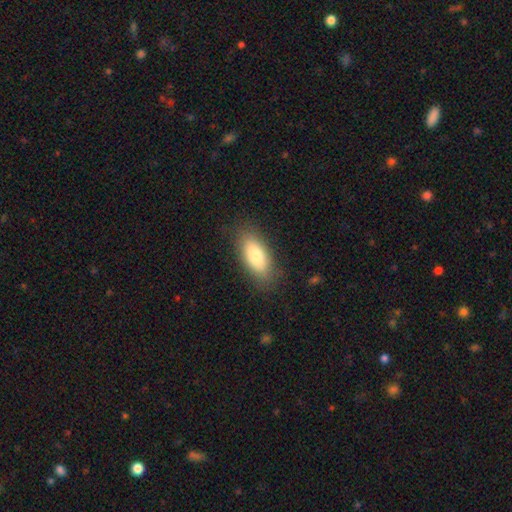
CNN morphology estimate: Smooth or featured: smooth — 79% (featured or disk — 14%)
How rounded: in between — 84% (cigar-shaped — 14%)
Merging: none — 85% (minor disturbance — 11%)